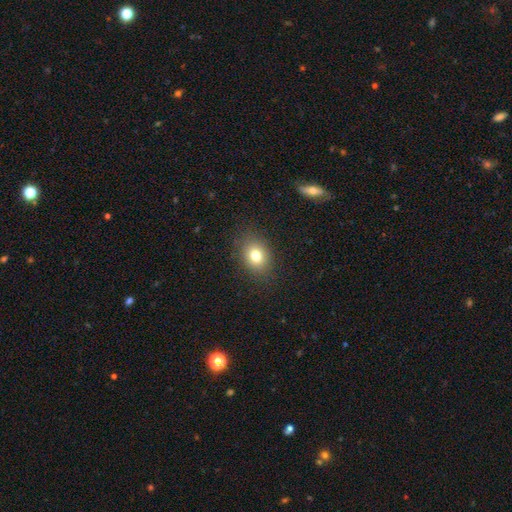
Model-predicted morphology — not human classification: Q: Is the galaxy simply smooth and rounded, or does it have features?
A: smooth — 78%.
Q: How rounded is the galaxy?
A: in between — 59%.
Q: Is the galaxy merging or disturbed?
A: none — 86%.